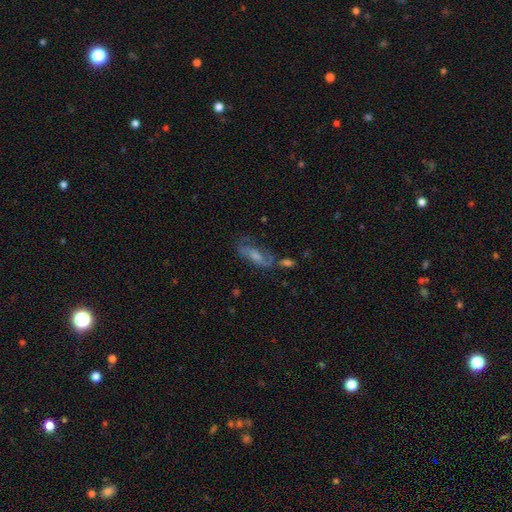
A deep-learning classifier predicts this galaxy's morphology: Smooth or featured? featured or disk (58%)
Edge-on disk? no (82%)
Merging? none (49%)